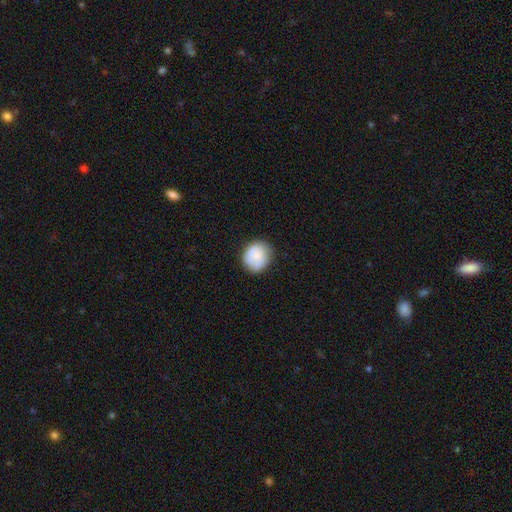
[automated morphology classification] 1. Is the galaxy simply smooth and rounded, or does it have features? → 75% smooth, 18% featured or disk, 7% star or artifact.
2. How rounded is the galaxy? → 80% round, 19% in between, 1% cigar-shaped.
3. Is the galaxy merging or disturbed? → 77% none, 17% minor disturbance, 4% major disturbance, 2% merger.